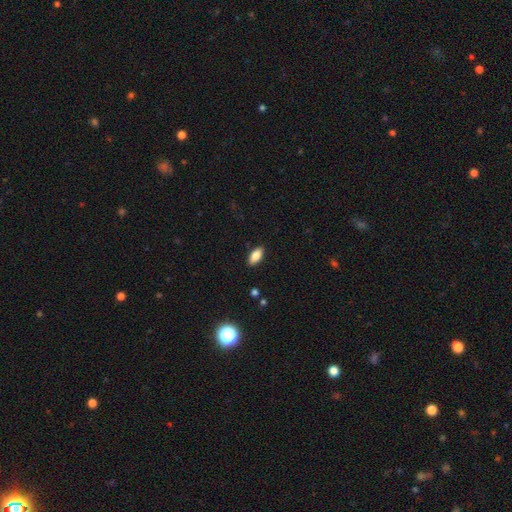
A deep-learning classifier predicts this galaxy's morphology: Smooth or featured? smooth (82%)
How rounded? in between (90%)
Merging? none (88%)